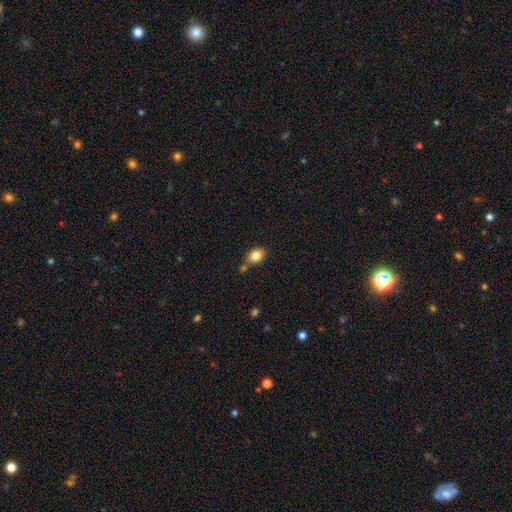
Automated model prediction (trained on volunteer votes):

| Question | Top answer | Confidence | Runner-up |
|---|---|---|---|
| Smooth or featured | smooth | 83% | star or artifact (9%) |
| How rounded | in between | 66% | round (32%) |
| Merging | none | 67% | minor disturbance (17%) |